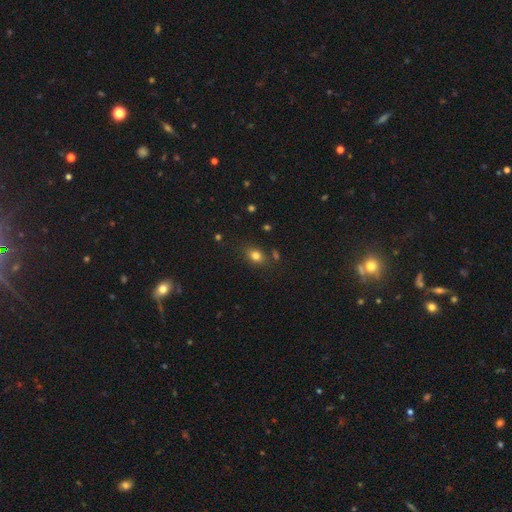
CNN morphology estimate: smooth 79%, star or artifact 13%, featured or disk 8%. Down the decision tree: how rounded — in between (61%); merging — none (77%).